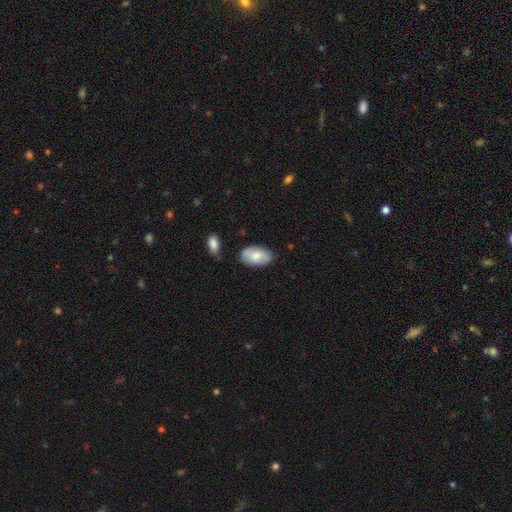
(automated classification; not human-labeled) A smooth galaxy with no disk features (74%) that is in between round and cigar-shaped (94%).

Vote fractions:
- Smooth or featured? smooth: 74% / featured or disk: 20% / star or artifact: 6%
- How rounded? in between: 94% / round: 4% / cigar-shaped: 2%
- Merging? none: 72% / minor disturbance: 20% / merger: 4% / major disturbance: 4%